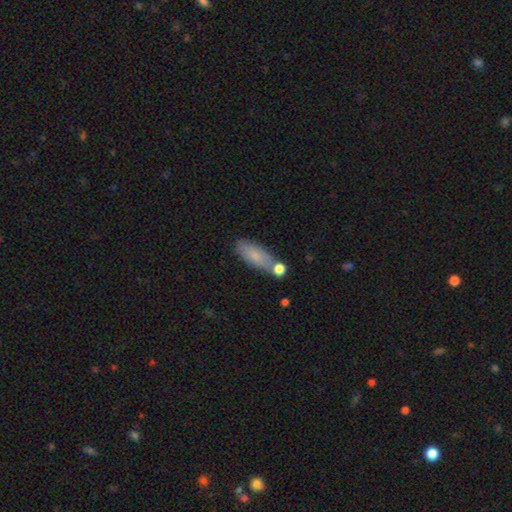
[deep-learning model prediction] smooth-or-featured: smooth: 79% | featured or disk: 14% | star or artifact: 7%
  how-rounded: in between: 77% | cigar-shaped: 20% | round: 3%
  merging: none: 67% | minor disturbance: 16% | merger: 13% | major disturbance: 4%